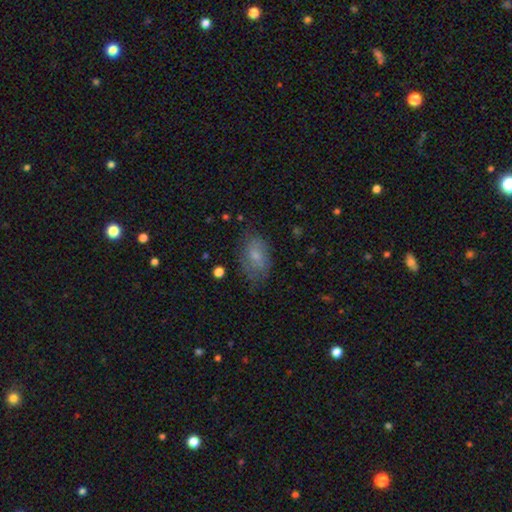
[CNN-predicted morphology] smooth_or_featured: smooth (p=0.64) [alt: featured or disk p=0.27]
how_rounded: in between (p=0.88) [alt: round p=0.10]
merging: none (p=0.63) [alt: minor disturbance p=0.25]